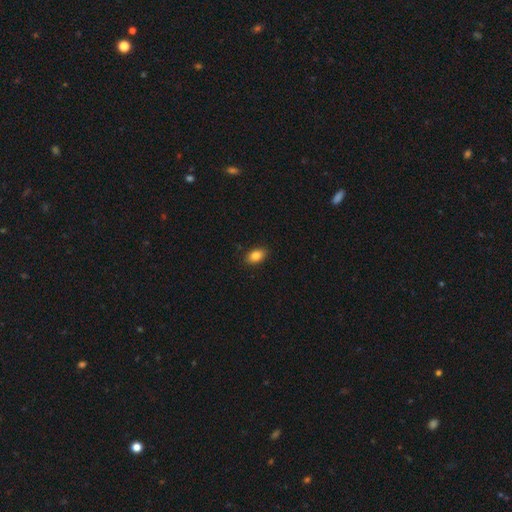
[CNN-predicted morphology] This appears to be a smooth galaxy with no disk features (85%) that is in between round and cigar-shaped (87%). Merging: none (89%).